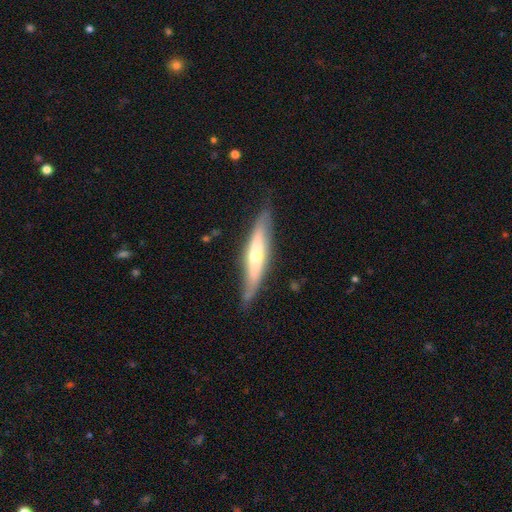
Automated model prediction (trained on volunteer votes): Smooth or featured? Predicted: featured or disk (p=0.63). Edge-on disk? Predicted: yes (p=0.82). Edge-on bulge? Predicted: rounded (p=0.72). Merging? Predicted: none (p=0.78).